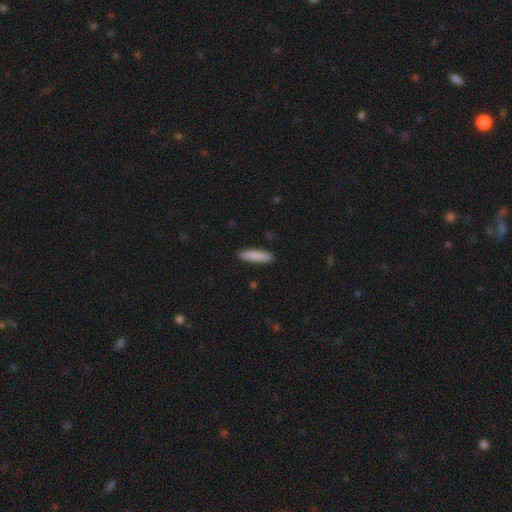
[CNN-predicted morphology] A smooth galaxy with no disk features (87%) that is cigar-shaped (78%). Merging: none (90%).